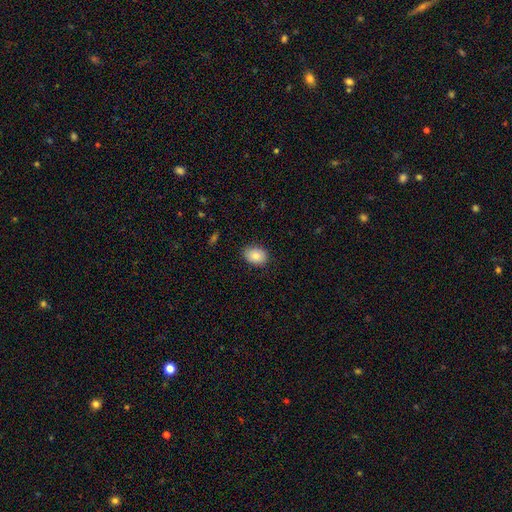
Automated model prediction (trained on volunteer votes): This appears to be a smooth galaxy with no disk features (86%) that is in between round and cigar-shaped (75%). Merging: none (85%).